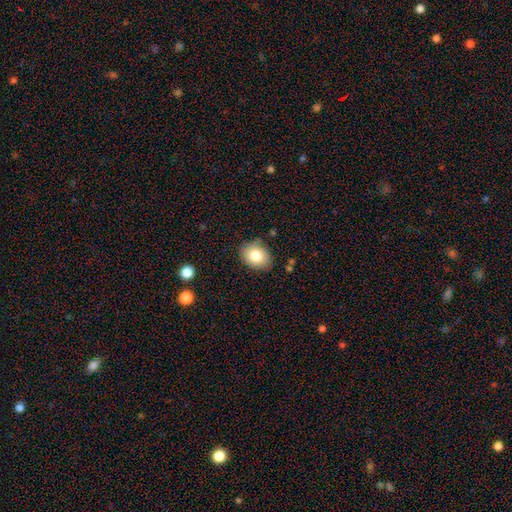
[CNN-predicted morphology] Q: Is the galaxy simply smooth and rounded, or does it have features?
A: smooth — 81%.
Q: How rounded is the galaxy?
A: in between — 58%.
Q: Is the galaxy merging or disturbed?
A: none — 81%.